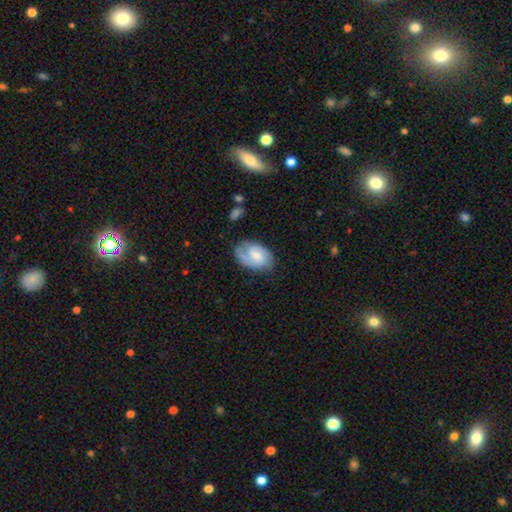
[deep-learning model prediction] Smooth or featured? featured or disk (58%)
Edge-on disk? no (97%)
Bar? weak (49%)
Spiral arms? yes (88%)
Bulge size? moderate (40%, tied with small)
Merging? none (64%)